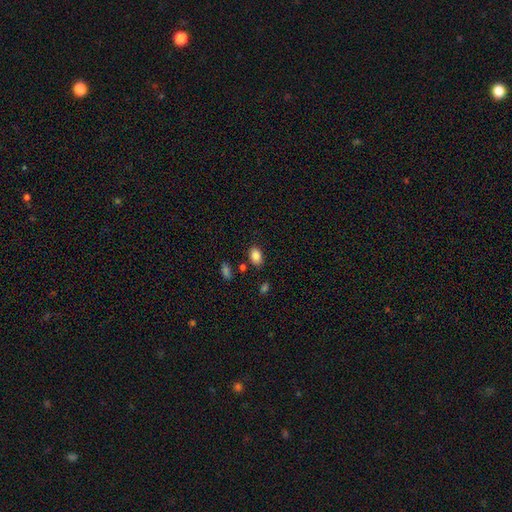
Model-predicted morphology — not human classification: smooth-or-featured: smooth: 86% | star or artifact: 9% | featured or disk: 5%
  how-rounded: in between: 85% | round: 14% | cigar-shaped: 1%
  merging: none: 81% | minor disturbance: 12% | merger: 4% | major disturbance: 3%